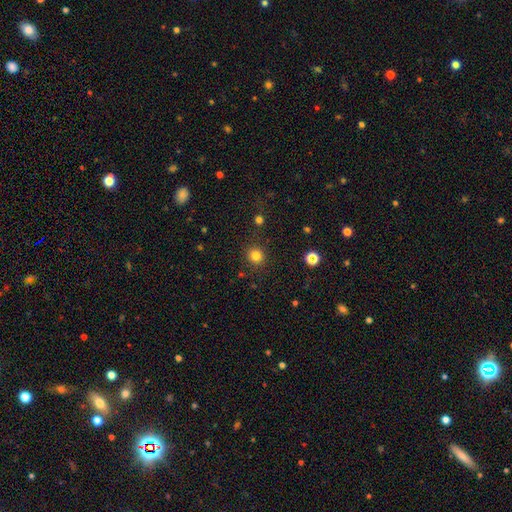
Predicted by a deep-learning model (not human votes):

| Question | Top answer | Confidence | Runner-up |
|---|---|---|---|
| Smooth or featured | smooth | 82% | star or artifact (13%) |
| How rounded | round | 90% | in between (9%) |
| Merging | none | 88% | minor disturbance (7%) |